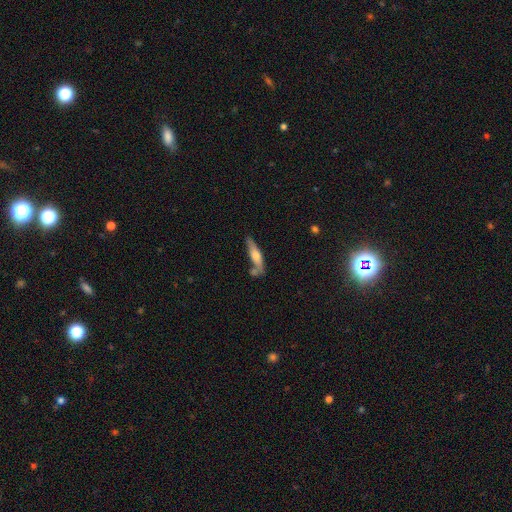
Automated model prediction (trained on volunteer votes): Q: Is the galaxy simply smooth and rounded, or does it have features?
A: smooth — 54%.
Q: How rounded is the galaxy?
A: cigar-shaped — 76%.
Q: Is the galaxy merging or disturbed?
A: none — 58%.